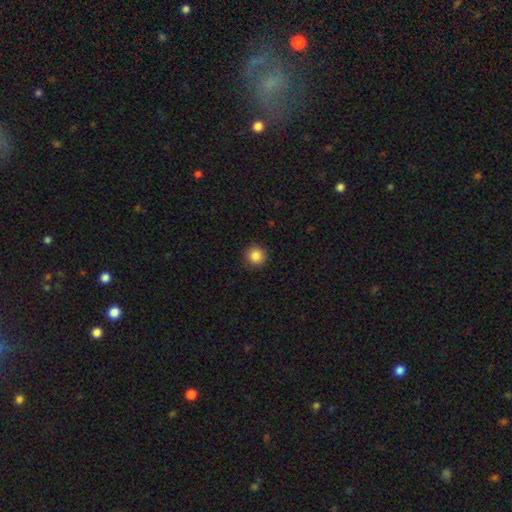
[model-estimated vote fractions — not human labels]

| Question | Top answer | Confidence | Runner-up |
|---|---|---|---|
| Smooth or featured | smooth | 86% | star or artifact (10%) |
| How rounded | round | 95% | in between (4%) |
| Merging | none | 92% | minor disturbance (5%) |